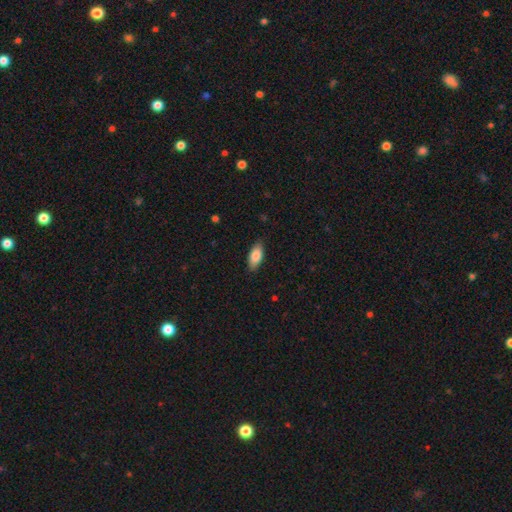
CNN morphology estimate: type=smooth (85%); roundness=in between (87%); merging=none (85%).